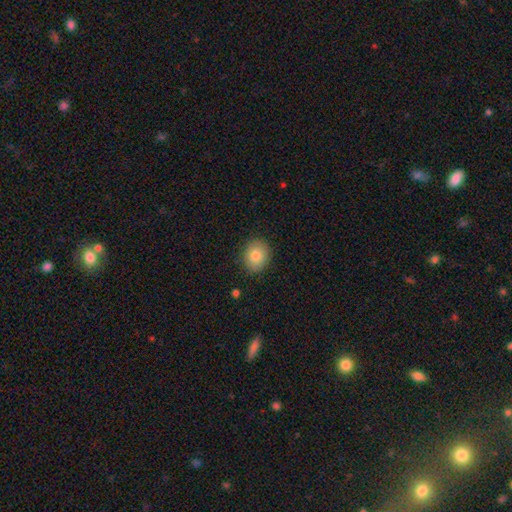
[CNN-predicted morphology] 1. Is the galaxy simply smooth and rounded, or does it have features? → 82% smooth, 10% featured or disk, 8% star or artifact.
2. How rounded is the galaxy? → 61% round, 38% in between, 1% cigar-shaped.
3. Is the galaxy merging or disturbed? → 87% none, 10% minor disturbance, 2% major disturbance, 1% merger.